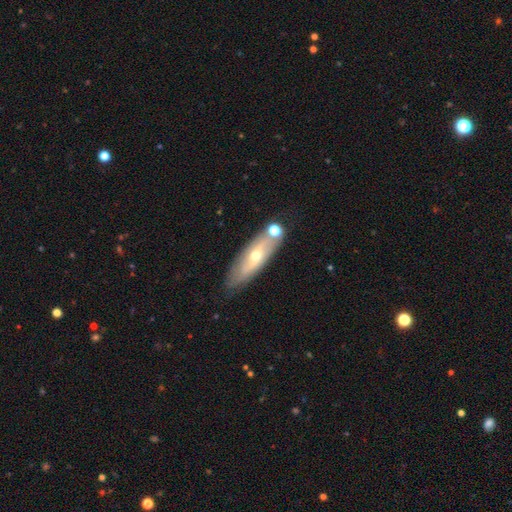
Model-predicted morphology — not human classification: Smooth or featured? Predicted: featured or disk (p=0.58). Edge-on disk? Predicted: no (p=0.66). Merging? Predicted: none (p=0.70).